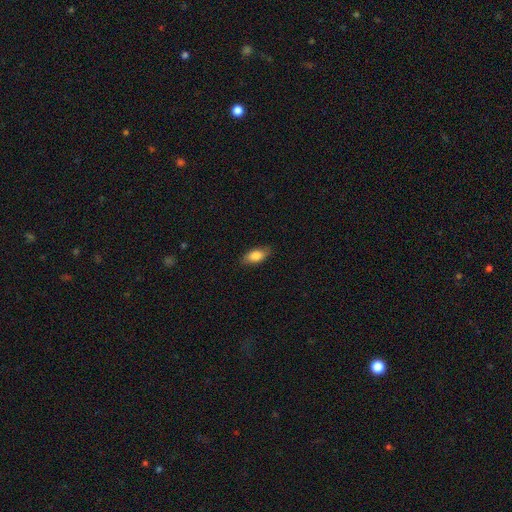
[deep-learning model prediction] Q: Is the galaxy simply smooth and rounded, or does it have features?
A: smooth — 83%.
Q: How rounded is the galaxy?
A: in between — 87%.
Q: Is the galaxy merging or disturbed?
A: none — 84%.